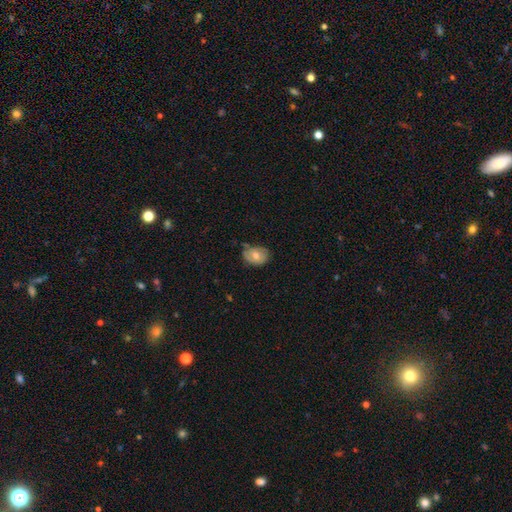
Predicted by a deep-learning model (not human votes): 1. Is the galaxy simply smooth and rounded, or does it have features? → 65% smooth, 27% featured or disk, 8% star or artifact.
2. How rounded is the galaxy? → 60% in between, 39% round, 1% cigar-shaped.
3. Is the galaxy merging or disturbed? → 50% none, 37% minor disturbance, 9% major disturbance, 3% merger.